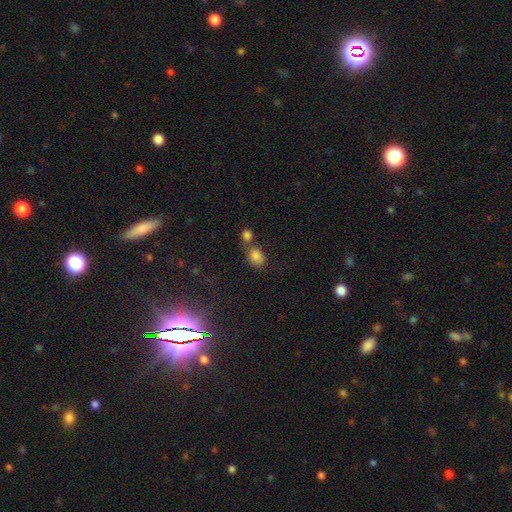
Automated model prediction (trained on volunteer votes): This appears to be a smooth galaxy with no disk features (81%) that is in between round and cigar-shaped (67%). Merging: none (44%).